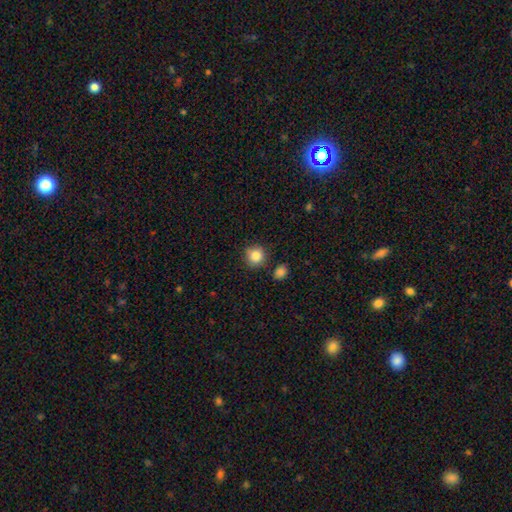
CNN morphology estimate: Smooth or featured: smooth — 85% (star or artifact — 10%)
How rounded: round — 90% (in between — 9%)
Merging: none — 80% (minor disturbance — 12%)